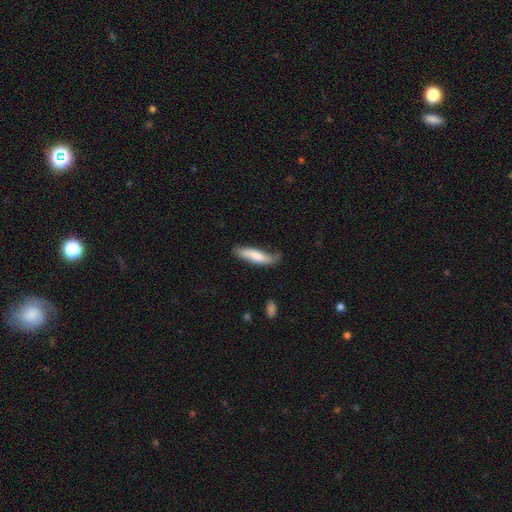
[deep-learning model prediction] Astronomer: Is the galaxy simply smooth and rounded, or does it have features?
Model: smooth — 69%.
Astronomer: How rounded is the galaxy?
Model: cigar-shaped — 70%.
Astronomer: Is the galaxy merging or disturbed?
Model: none — 56% (runner-up: minor disturbance, 33%).